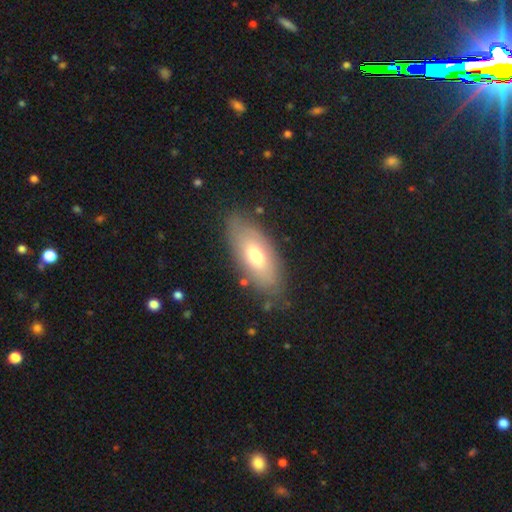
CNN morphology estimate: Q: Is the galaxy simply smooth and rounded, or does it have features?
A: smooth — 60%.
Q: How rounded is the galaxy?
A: in between — 83%.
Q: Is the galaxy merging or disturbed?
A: none — 80%.